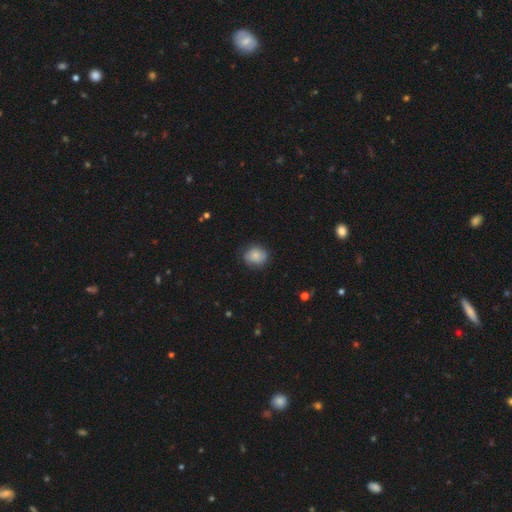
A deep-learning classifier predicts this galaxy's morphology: A smooth galaxy with no disk features (74%) that is round (72%).

Vote fractions:
- Smooth or featured? smooth: 74% / featured or disk: 18% / star or artifact: 9%
- How rounded? round: 72% / in between: 27% / cigar-shaped: 1%
- Merging? none: 75% / minor disturbance: 19% / major disturbance: 4% / merger: 1%